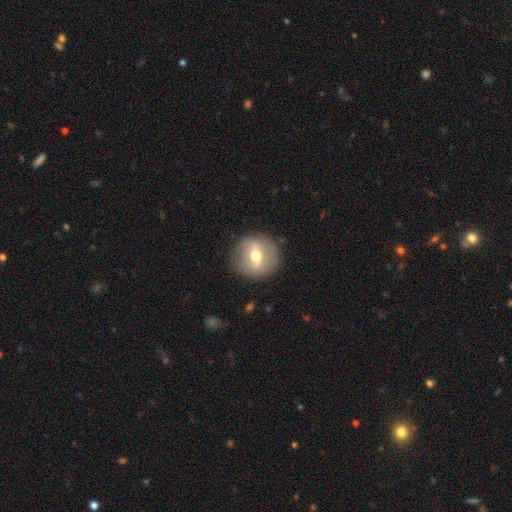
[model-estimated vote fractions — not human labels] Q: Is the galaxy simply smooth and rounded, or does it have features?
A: featured or disk — 56%.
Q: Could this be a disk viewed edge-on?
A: no — 84%.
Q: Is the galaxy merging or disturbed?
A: none — 85%.